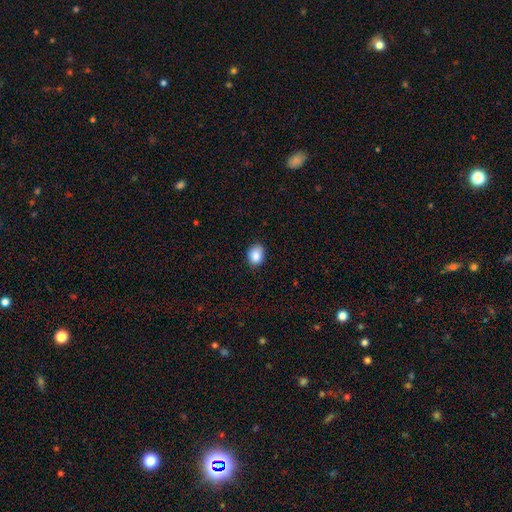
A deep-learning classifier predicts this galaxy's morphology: A smooth galaxy with no disk features (87%) that is in between round and cigar-shaped (55%). Merging: none (83%).